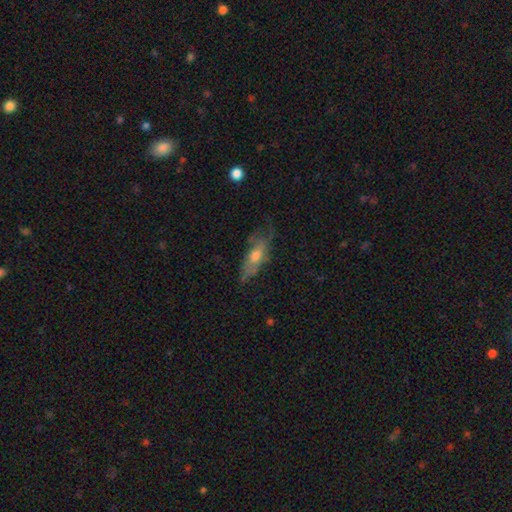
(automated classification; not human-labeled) smooth_or_featured: featured or disk (p=0.47) [alt: smooth p=0.45]
merging: none (p=0.50) [alt: minor disturbance p=0.30]